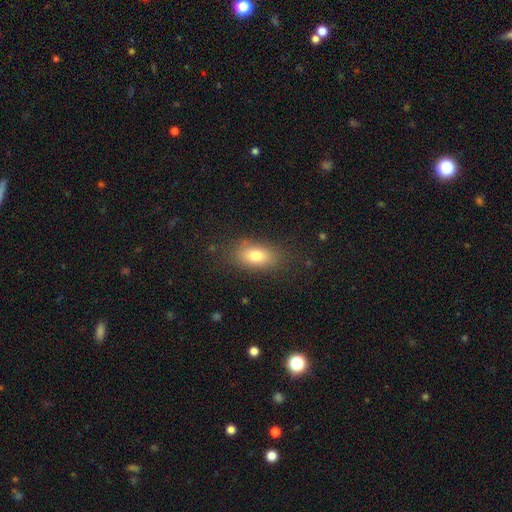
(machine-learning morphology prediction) Overall: smooth (78%). How rounded: in between (87%). Merging: none (81%).